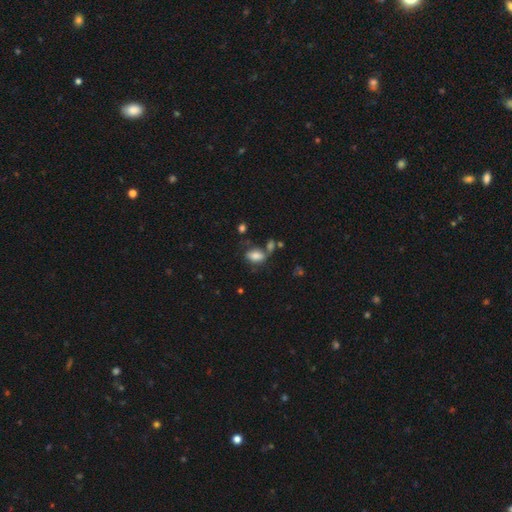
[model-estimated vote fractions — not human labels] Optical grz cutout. It shows a smooth galaxy with no disk features (76%) that is in between round and cigar-shaped (88%). Merging: none (45%).